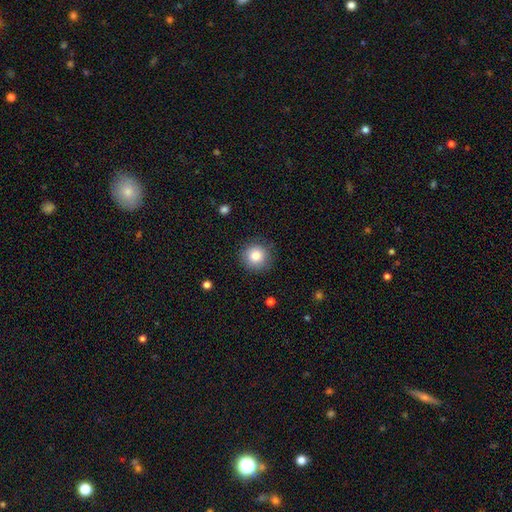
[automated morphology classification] smooth_or_featured: smooth (p=0.83) [alt: star or artifact p=0.10]
how_rounded: round (p=0.94) [alt: in between p=0.05]
merging: none (p=0.87) [alt: minor disturbance p=0.09]